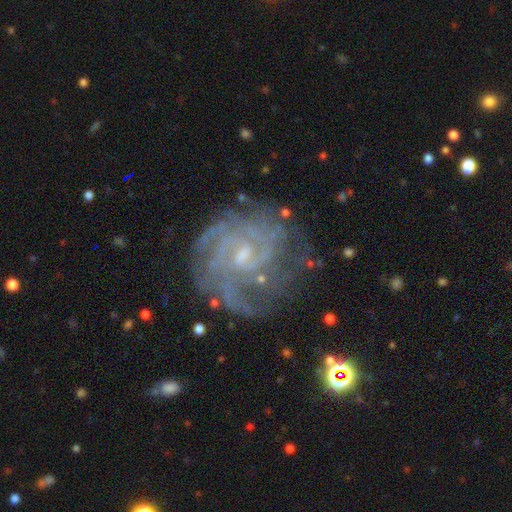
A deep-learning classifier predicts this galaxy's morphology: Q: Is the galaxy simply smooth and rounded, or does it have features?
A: featured or disk — 85%.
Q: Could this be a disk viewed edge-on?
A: no — 98%.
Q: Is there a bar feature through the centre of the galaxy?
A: no — 48%.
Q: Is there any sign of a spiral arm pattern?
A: yes — 96%.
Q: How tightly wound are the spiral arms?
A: tight — 63%.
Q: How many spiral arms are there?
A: can't tell — 31%.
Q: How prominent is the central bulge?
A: small — 65%.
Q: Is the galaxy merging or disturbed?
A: none — 68%.